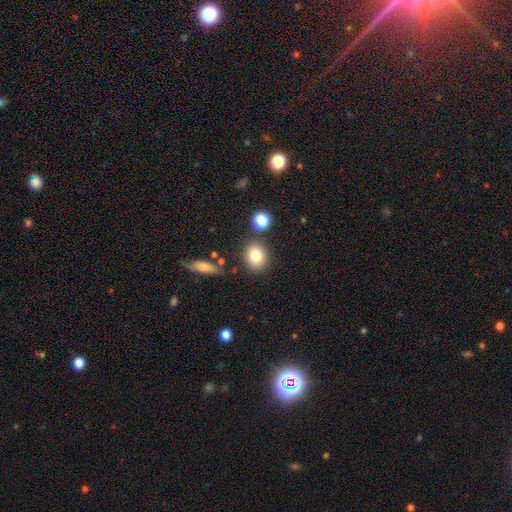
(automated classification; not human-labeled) A smooth galaxy with no disk features (81%) that is round (67%). Merging: none (81%).